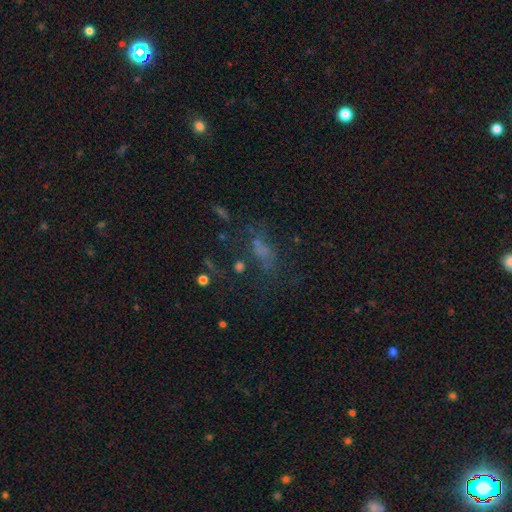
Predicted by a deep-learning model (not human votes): Morphology: type=star or artifact (45%).